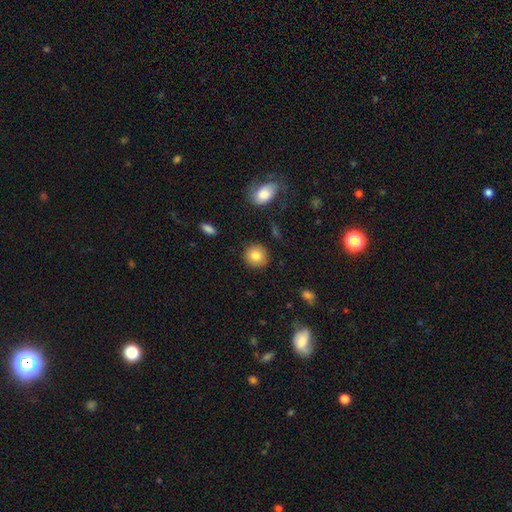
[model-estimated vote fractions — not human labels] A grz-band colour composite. It shows a smooth galaxy with no disk features (82%) that is round (90%). Merging: none (89%).